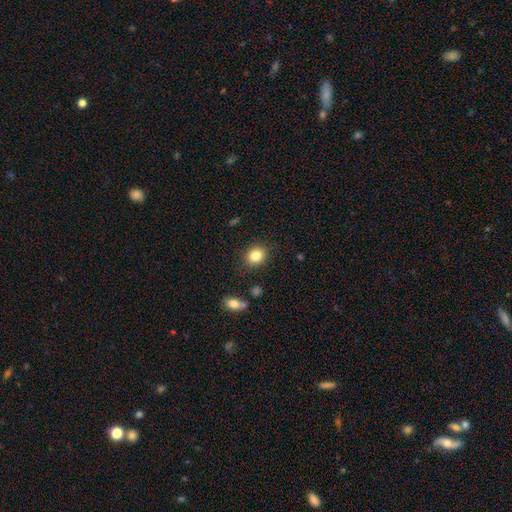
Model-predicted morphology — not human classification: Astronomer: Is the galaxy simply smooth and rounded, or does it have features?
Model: smooth — 84%.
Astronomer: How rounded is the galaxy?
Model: round — 66%.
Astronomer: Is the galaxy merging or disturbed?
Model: none — 86%.